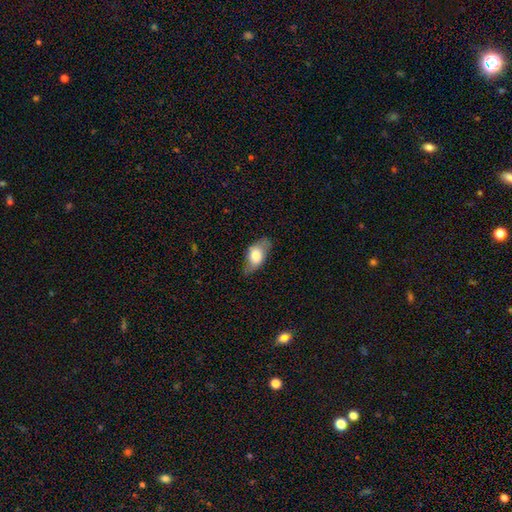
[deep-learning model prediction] This appears to be a smooth galaxy with no disk features (69%) that is in between round and cigar-shaped (89%). Merging: none (62%).